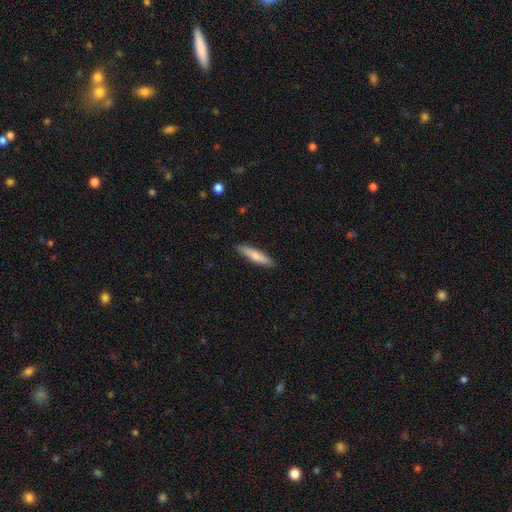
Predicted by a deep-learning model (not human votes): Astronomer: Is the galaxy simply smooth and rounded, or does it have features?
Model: smooth — 73%.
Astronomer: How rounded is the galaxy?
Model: cigar-shaped — 81%.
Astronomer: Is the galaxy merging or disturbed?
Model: none — 88%.